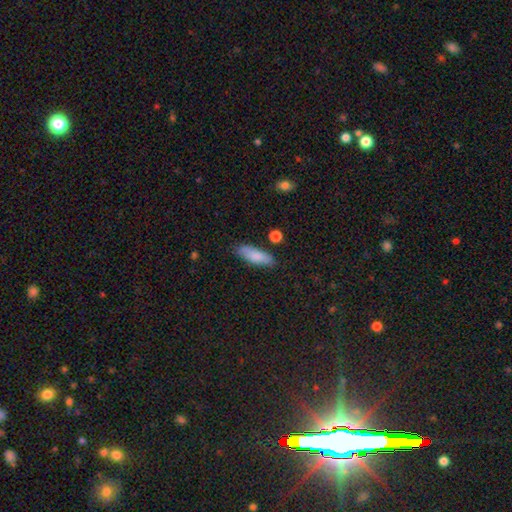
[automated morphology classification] A smooth galaxy with no disk features (83%) that is in between round and cigar-shaped (62%).

Vote fractions:
- Smooth or featured? smooth: 83% / featured or disk: 10% / star or artifact: 6%
- How rounded? in between: 62% / cigar-shaped: 36% / round: 2%
- Merging? none: 79% / minor disturbance: 15% / major disturbance: 3% / merger: 3%